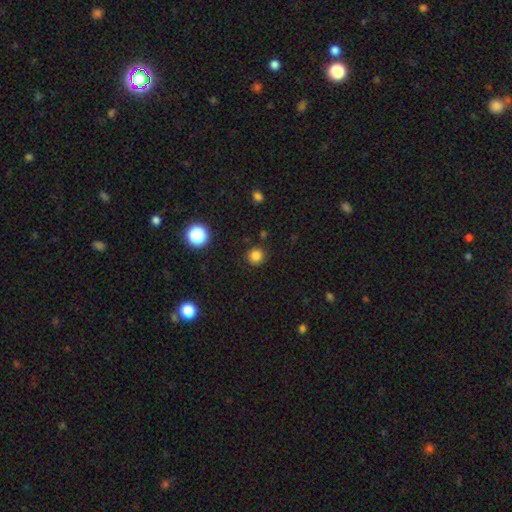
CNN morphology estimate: Smooth or featured? smooth (82%)
How rounded? round (93%)
Merging? none (90%)